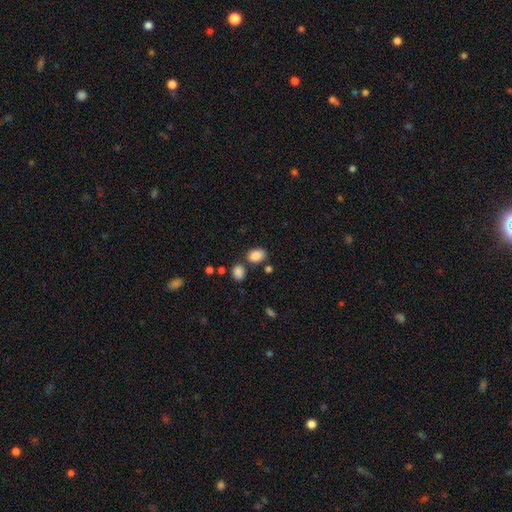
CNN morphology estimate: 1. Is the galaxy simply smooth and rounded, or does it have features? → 86% smooth, 9% star or artifact, 4% featured or disk.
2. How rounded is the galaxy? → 79% in between, 20% round, 1% cigar-shaped.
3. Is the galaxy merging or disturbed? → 69% none, 14% merger, 13% minor disturbance, 4% major disturbance.